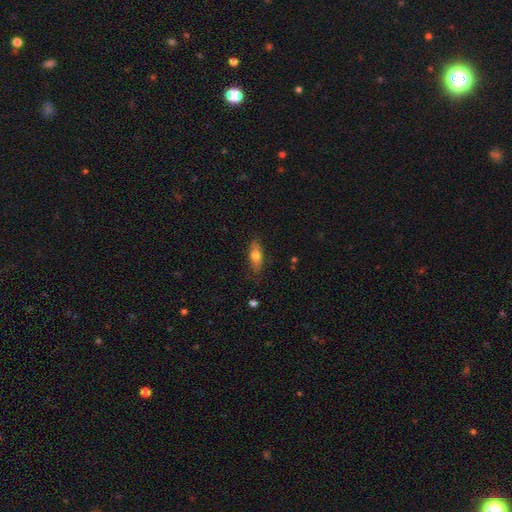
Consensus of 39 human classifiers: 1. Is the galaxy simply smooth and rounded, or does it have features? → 67% smooth, 26% featured or disk, 8% star or artifact.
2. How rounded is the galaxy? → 77% in between, 23% cigar-shaped, 0% round.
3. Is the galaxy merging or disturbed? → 83% none, 14% minor disturbance, 3% major disturbance, 0% merger.